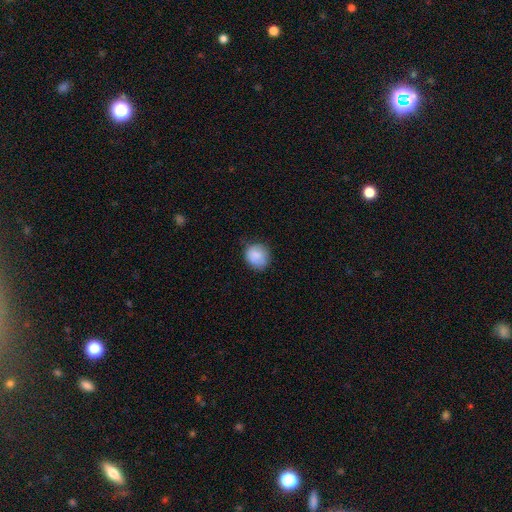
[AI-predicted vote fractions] smooth_or_featured: smooth (p=0.86) [alt: star or artifact p=0.08]
how_rounded: round (p=0.79) [alt: in between p=0.20]
merging: none (p=0.73) [alt: minor disturbance p=0.21]